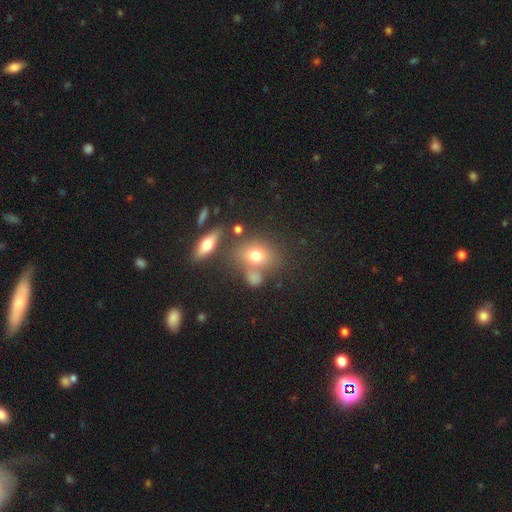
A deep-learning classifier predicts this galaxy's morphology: This is likely a smooth galaxy (71%). How rounded: possibly in between (54%). Merging: possibly none (58%).